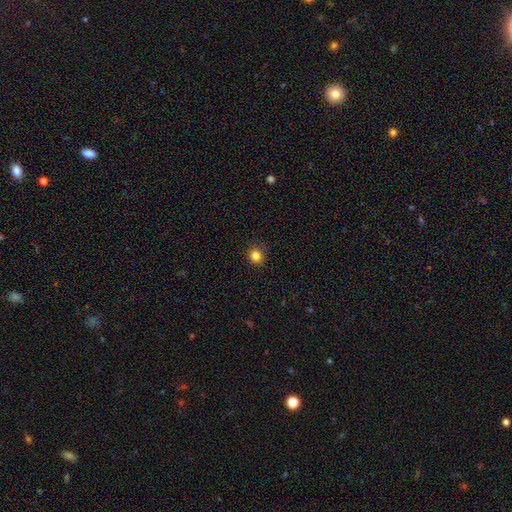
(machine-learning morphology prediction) smooth_or_featured: smooth (p=0.83) [alt: star or artifact p=0.12]
how_rounded: round (p=0.88) [alt: in between p=0.11]
merging: none (p=0.88) [alt: minor disturbance p=0.09]